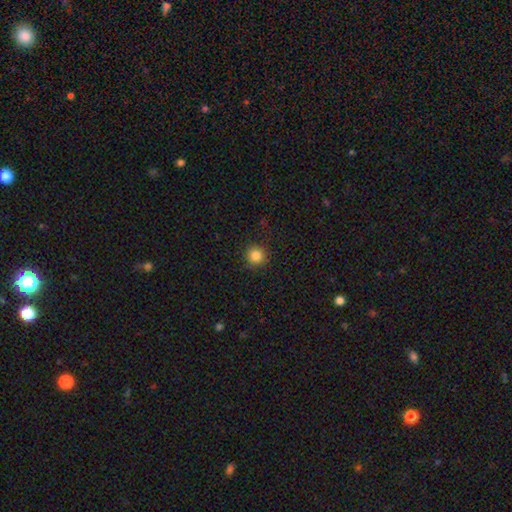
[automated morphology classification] smooth_or_featured: smooth (p=0.84) [alt: star or artifact p=0.11]
how_rounded: round (p=0.95) [alt: in between p=0.04]
merging: none (p=0.90) [alt: minor disturbance p=0.07]